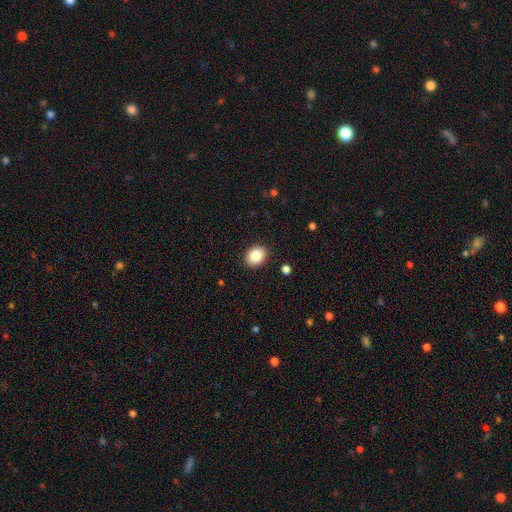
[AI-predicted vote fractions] Morphology: type=smooth (85%); roundness=in between (58%); merging=none (90%).